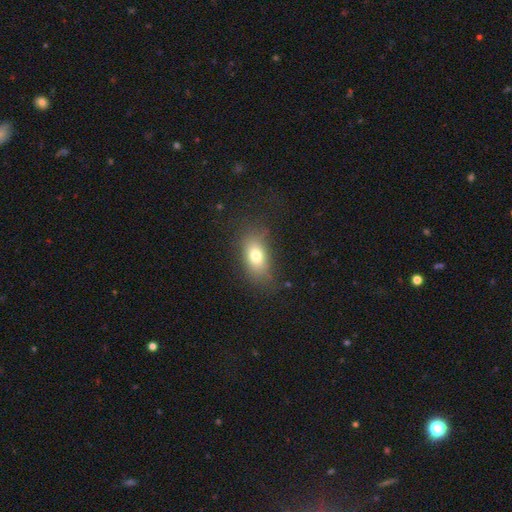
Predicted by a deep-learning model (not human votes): smooth 76%, featured or disk 14%, star or artifact 11%. Down the decision tree: how rounded — in between (84%); merging — none (75%).